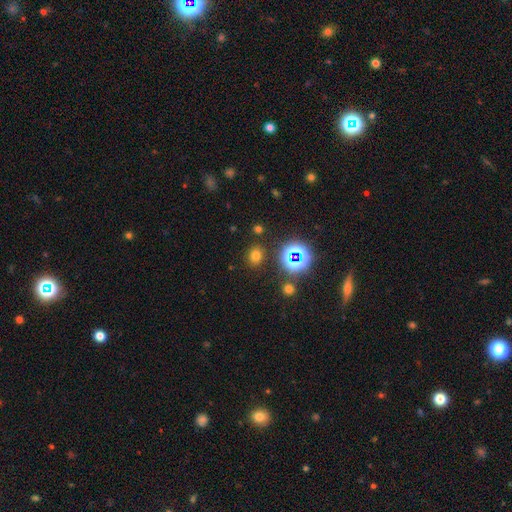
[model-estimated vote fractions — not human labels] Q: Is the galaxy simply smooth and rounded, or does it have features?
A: smooth — 68%.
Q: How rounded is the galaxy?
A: round — 63%.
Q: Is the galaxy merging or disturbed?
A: none — 85%.